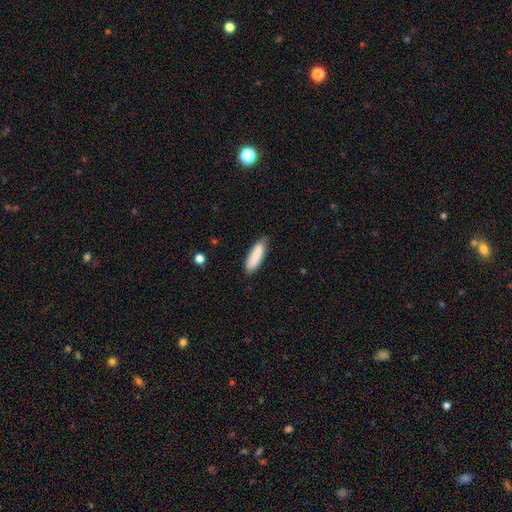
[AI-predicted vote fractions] smooth 86%, featured or disk 8%, star or artifact 6%. Down the decision tree: how rounded — cigar-shaped (52%); merging — none (77%).